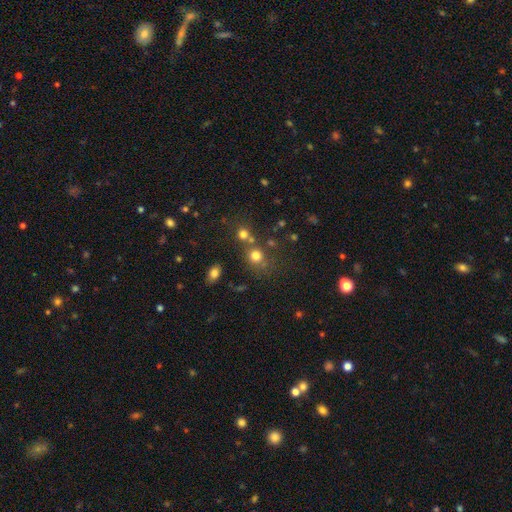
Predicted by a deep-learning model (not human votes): The model was most divided on "merging": none: 59%, merger: 25%, minor disturbance: 11%, major disturbance: 6%. More confident: how rounded — round (84%); smooth or featured — smooth (75%).